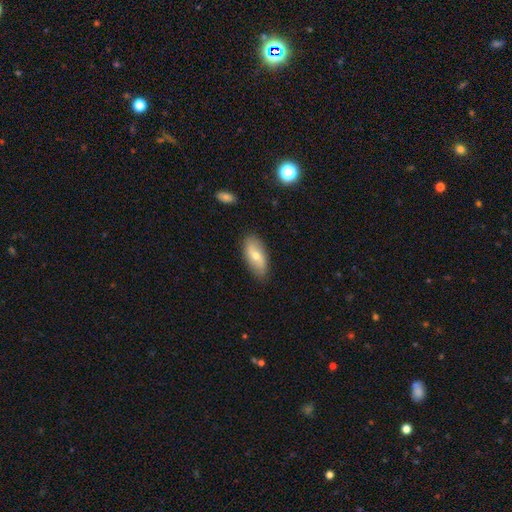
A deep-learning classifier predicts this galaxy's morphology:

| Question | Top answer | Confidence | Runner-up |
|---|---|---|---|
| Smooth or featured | smooth | 56% | featured or disk (38%) |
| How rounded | in between | 87% | cigar-shaped (9%) |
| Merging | none | 85% | minor disturbance (12%) |